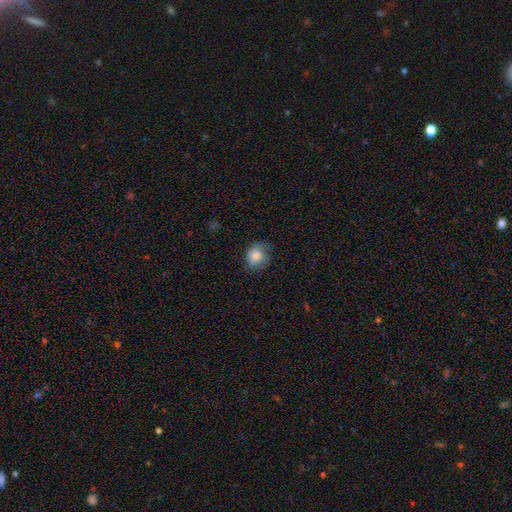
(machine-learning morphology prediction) This is likely a smooth galaxy (78%). How rounded: likely round (69%). Merging: likely none (64%).